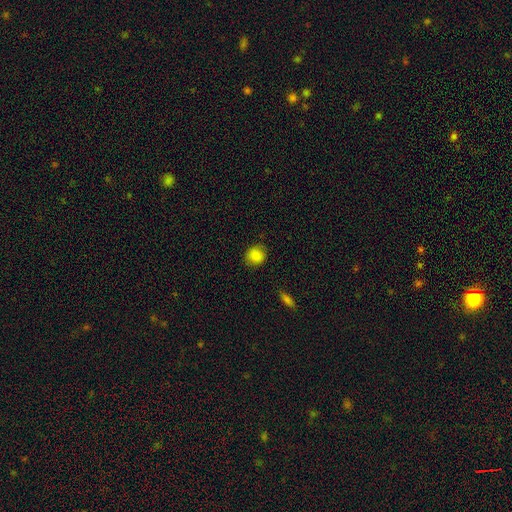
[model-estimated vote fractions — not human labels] The model was most divided on "how rounded": round: 81%, in between: 18%, cigar-shaped: 1%. More confident: smooth or featured — smooth (85%); merging — none (84%).